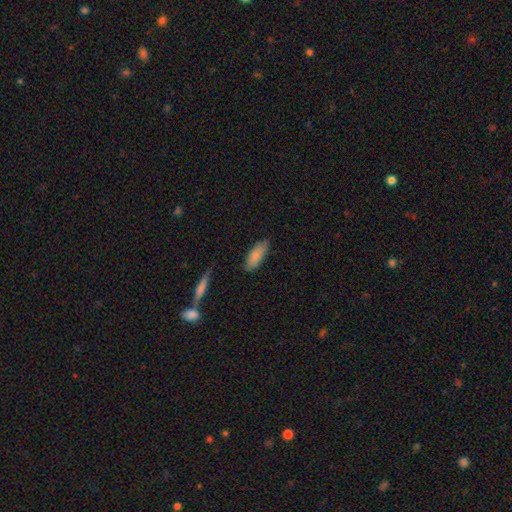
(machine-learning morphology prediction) The model was most divided on "how rounded": in between: 74%, cigar-shaped: 24%, round: 2%. More confident: smooth or featured — smooth (82%); merging — none (75%).